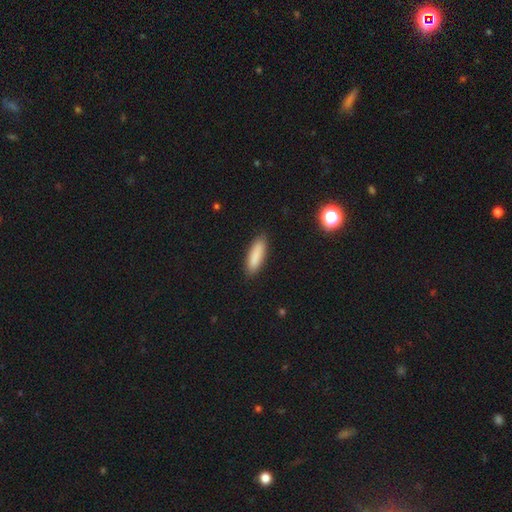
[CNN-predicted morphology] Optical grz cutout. It shows a smooth galaxy with no disk features (87%) that is cigar-shaped (59%). Merging: none (89%).